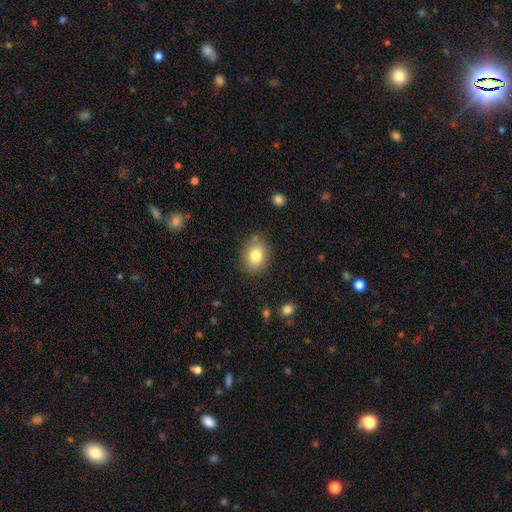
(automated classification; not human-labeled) This is clearly a smooth galaxy (80%). How rounded: possibly round (51%). Merging: clearly none (81%).